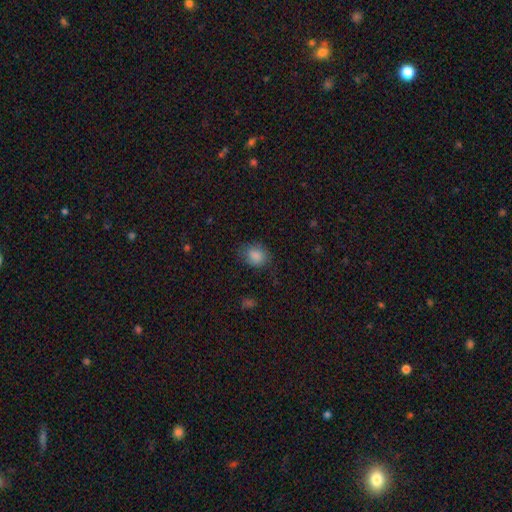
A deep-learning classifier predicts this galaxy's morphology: A smooth galaxy with no disk features (86%) that is round (53%). Merging: none (75%).